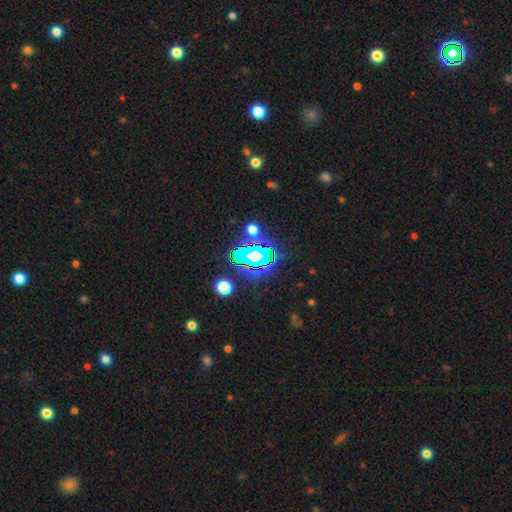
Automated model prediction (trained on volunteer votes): This appears to be a star or artifact, not a galaxy (65%).